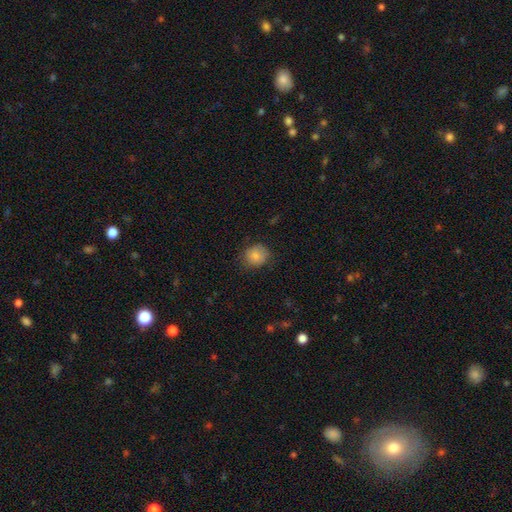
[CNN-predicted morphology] smooth_or_featured: smooth (p=0.82) [alt: star or artifact p=0.10]
how_rounded: round (p=0.75) [alt: in between p=0.24]
merging: none (p=0.74) [alt: minor disturbance p=0.20]